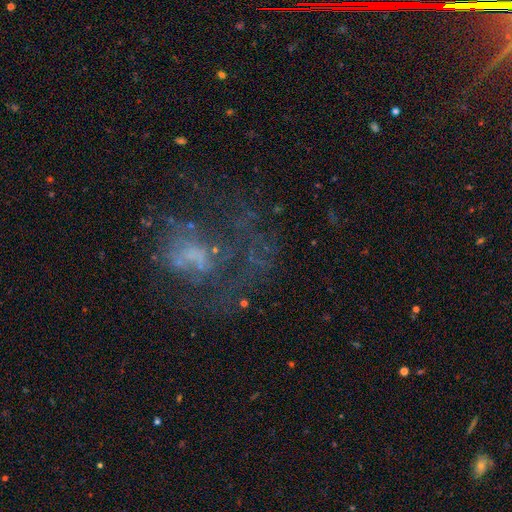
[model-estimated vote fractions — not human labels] A featured or disk galaxy (49%). Merging: major disturbance (43%).